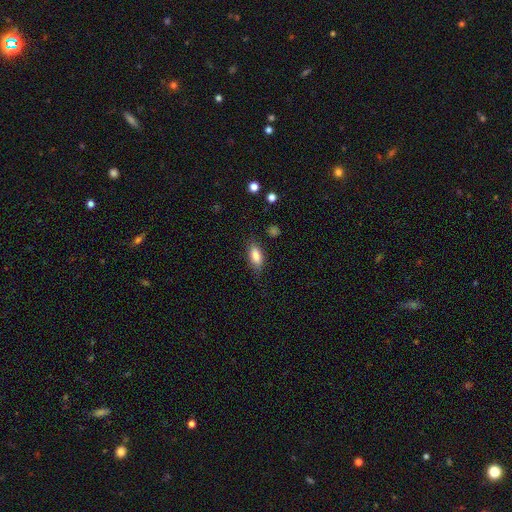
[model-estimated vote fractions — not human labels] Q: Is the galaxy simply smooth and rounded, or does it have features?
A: smooth — 83%.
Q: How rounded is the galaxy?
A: in between — 83%.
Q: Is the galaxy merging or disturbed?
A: none — 76%.